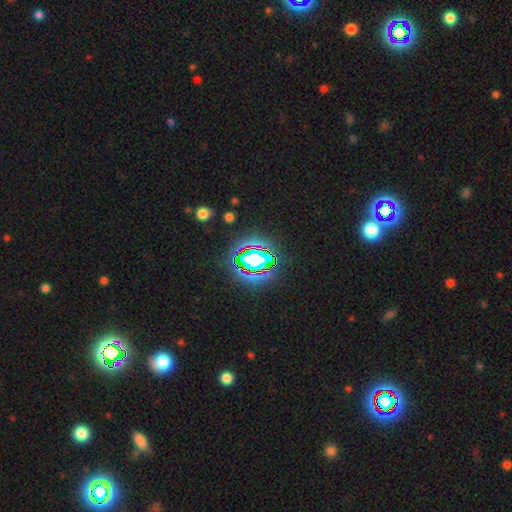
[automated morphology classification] type=star or artifact (74%).